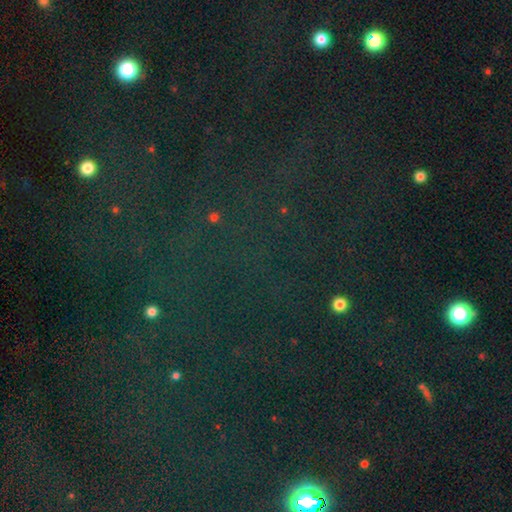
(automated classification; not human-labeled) The model was most divided on "smooth or featured": star or artifact: 78%, smooth: 14%, featured or disk: 9%.